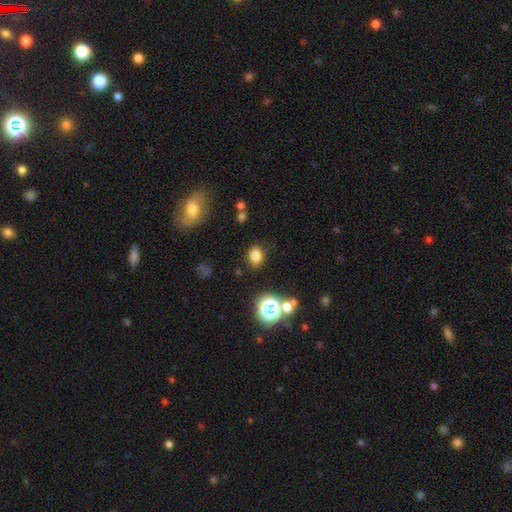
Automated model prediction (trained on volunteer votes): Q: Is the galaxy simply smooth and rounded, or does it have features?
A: smooth — 79%.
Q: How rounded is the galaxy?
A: in between — 60%.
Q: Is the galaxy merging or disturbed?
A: none — 82%.